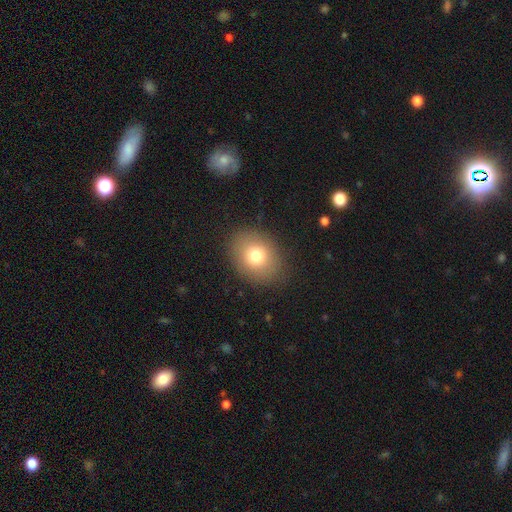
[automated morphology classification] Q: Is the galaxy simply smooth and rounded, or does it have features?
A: smooth — 76%.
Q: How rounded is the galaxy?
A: in between — 53%.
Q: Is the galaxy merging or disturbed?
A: none — 86%.